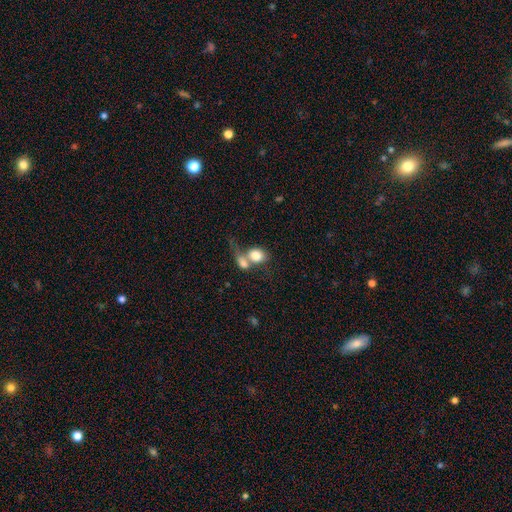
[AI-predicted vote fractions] smooth-or-featured: smooth: 75% | featured or disk: 16% | star or artifact: 8%
  how-rounded: round: 49% (tied) | in between: 49% (tied) | cigar-shaped: 2%
  merging: merger: 68% | none: 15% | major disturbance: 10% | minor disturbance: 7%